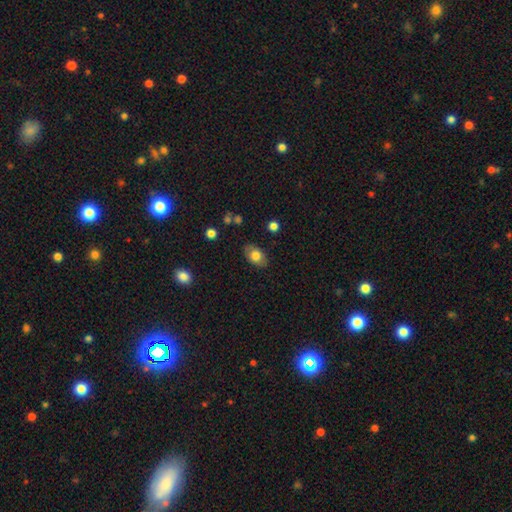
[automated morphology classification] type=smooth (76%); roundness=in between (83%); merging=none (82%).